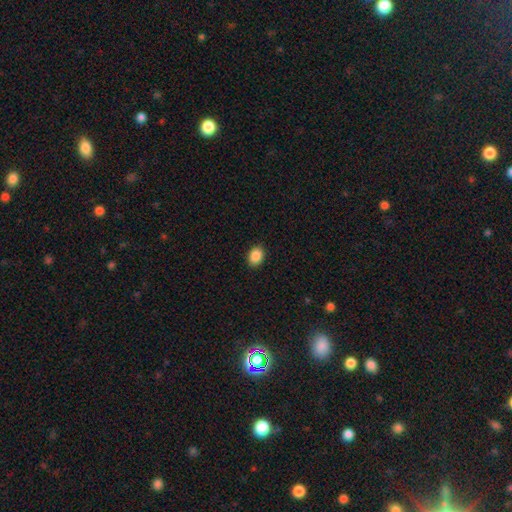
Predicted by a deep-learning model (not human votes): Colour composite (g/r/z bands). It shows a smooth galaxy with no disk features (89%) that is in between round and cigar-shaped (68%). Merging: none (90%).